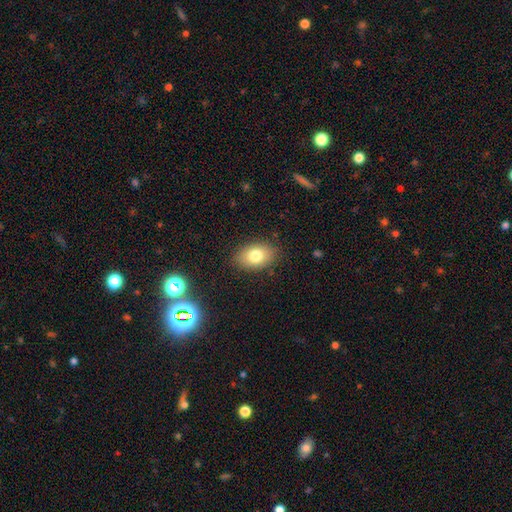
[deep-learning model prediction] Overall: smooth (79%). How rounded: in between (85%). Merging: none (85%).